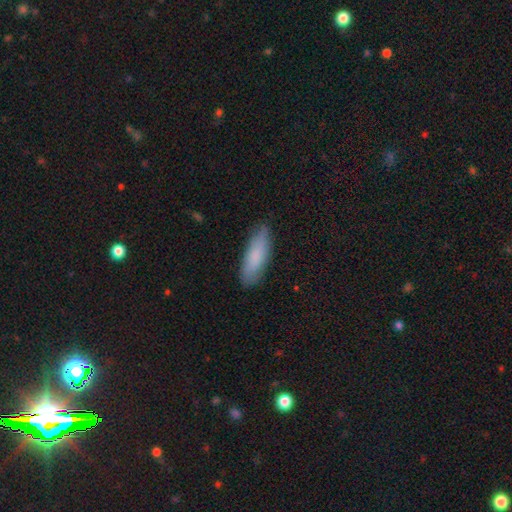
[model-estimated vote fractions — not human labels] The model was most divided on "how rounded": cigar-shaped: 51%, in between: 47%, round: 2%. More confident: merging — none (83%); smooth or featured — smooth (83%).